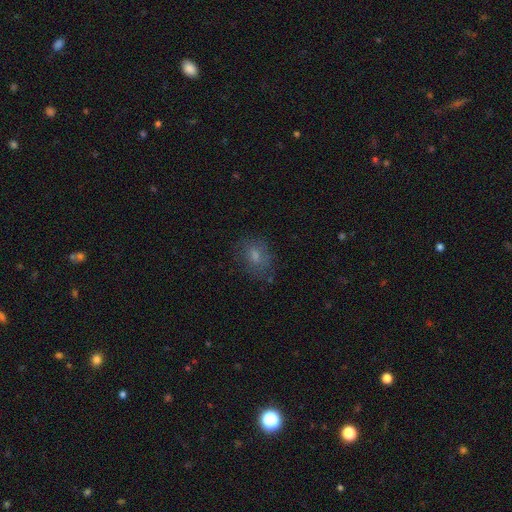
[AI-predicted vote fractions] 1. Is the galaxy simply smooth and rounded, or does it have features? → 70% smooth, 18% featured or disk, 12% star or artifact.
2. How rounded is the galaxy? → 62% in between, 37% round, 2% cigar-shaped.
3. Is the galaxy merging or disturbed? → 69% none, 20% minor disturbance, 8% major disturbance, 2% merger.